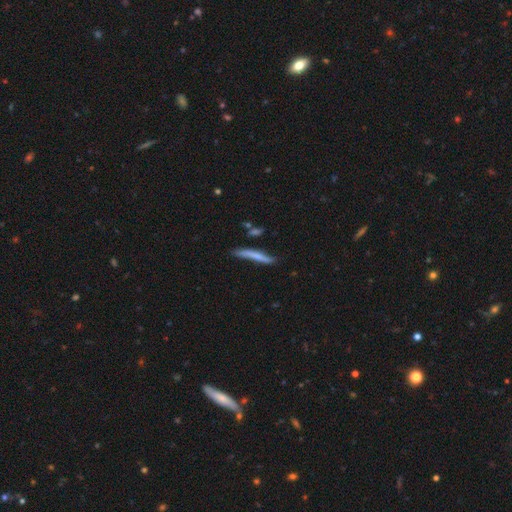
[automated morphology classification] smooth 60%, featured or disk 34%, star or artifact 6%. Down the decision tree: how rounded — cigar-shaped (94%); merging — none (67%).